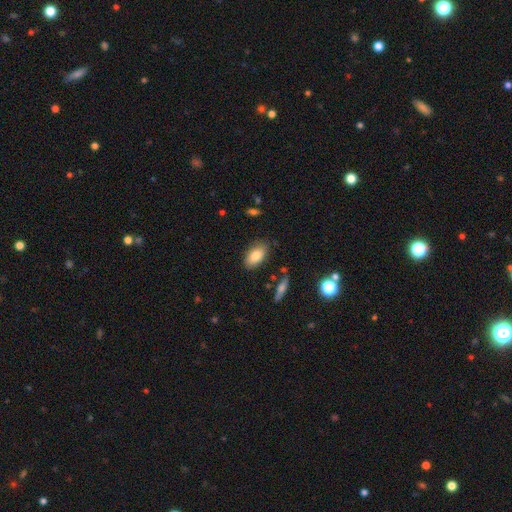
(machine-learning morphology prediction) smooth 81%, featured or disk 12%, star or artifact 7%. Down the decision tree: how rounded — in between (92%); merging — none (83%).